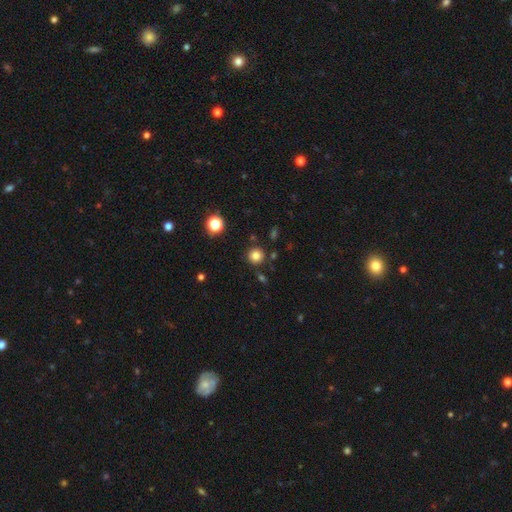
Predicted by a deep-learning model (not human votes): smooth-or-featured: smooth: 82% | star or artifact: 13% | featured or disk: 5%
  how-rounded: round: 93% | in between: 6% | cigar-shaped: 1%
  merging: none: 87% | minor disturbance: 7% | merger: 4% | major disturbance: 2%